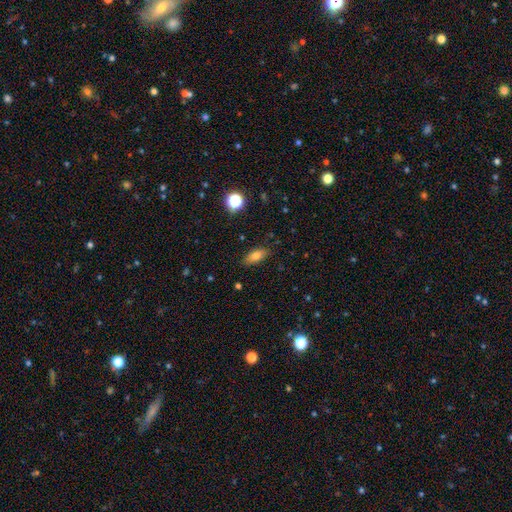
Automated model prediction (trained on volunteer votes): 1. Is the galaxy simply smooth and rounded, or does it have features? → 75% smooth, 14% featured or disk, 10% star or artifact.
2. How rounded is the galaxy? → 77% in between, 17% cigar-shaped, 5% round.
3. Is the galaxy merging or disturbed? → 86% none, 10% minor disturbance, 2% major disturbance, 1% merger.